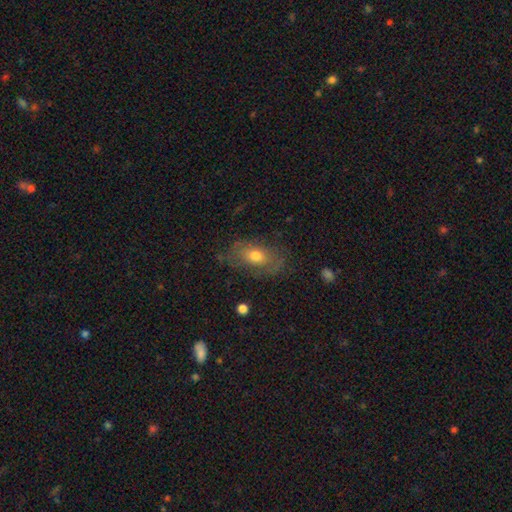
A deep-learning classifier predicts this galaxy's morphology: smooth 61%, featured or disk 30%, star or artifact 9%. Down the decision tree: how rounded — in between (85%); merging — none (69%).